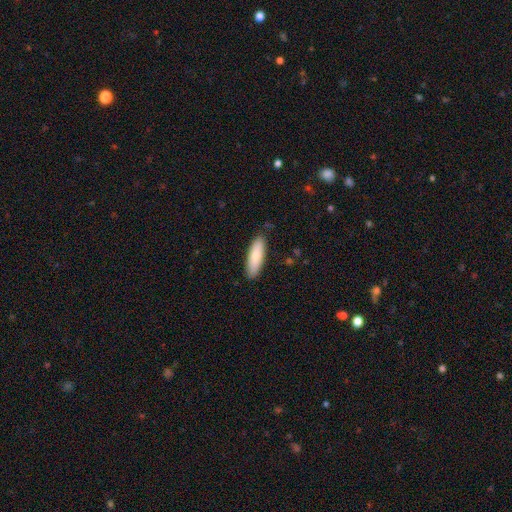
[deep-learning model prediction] Smooth or featured? Predicted: smooth (p=0.80). How rounded? Predicted: cigar-shaped (p=0.49, tied with in between). Merging? Predicted: none (p=0.86).